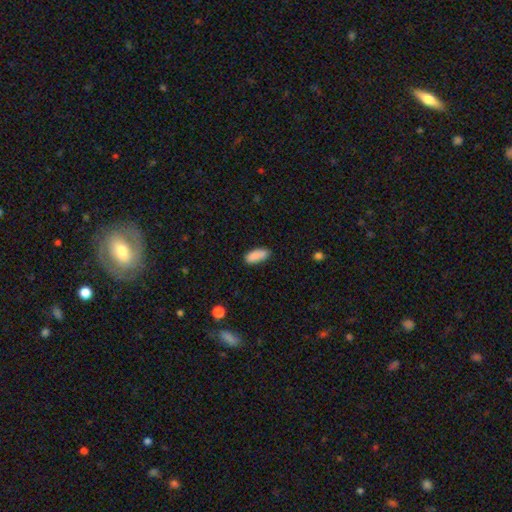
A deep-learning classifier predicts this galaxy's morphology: This is clearly a smooth galaxy (87%). How rounded: clearly in between (82%). Merging: likely none (76%).